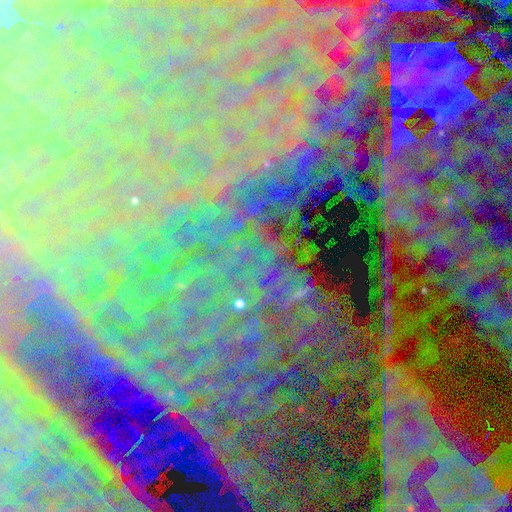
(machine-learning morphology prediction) Q: Smooth or featured?
A: star or artifact (85%); runner-up: featured or disk (8%)